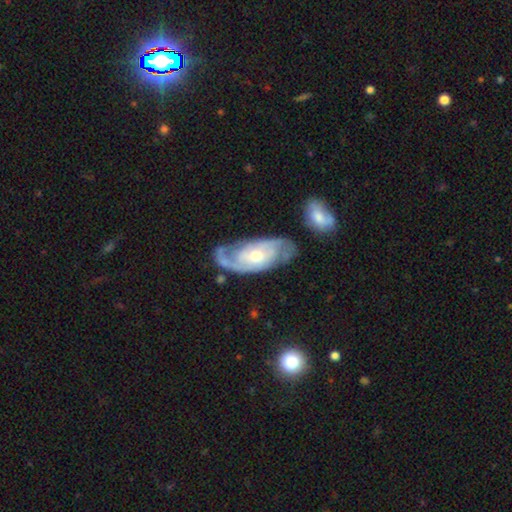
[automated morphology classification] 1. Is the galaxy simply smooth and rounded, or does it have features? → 84% featured or disk, 11% smooth, 5% star or artifact.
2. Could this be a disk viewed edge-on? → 94% no, 6% yes.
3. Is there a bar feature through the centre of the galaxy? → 65% no, 27% weak, 7% strong.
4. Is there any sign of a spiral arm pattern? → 94% yes, 6% no.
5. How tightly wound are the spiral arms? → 43% tight, 41% medium, 16% loose.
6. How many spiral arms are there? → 71% 2, 14% can't tell, 6% 3, 4% 1, 2% 4, 2% more than 4.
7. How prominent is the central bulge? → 63% moderate, 32% small, 4% large, 1% none, 1% dominant.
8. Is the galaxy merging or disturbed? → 65% none, 21% minor disturbance, 9% major disturbance, 6% merger.